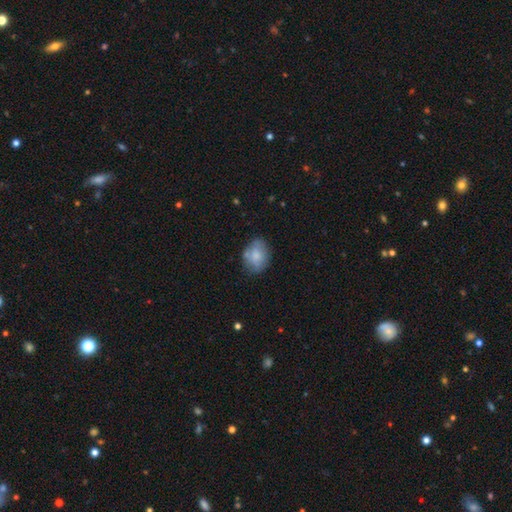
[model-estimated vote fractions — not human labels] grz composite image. It shows a smooth galaxy with no disk features (70%) that is in between round and cigar-shaped (68%). Merging: none (63%).